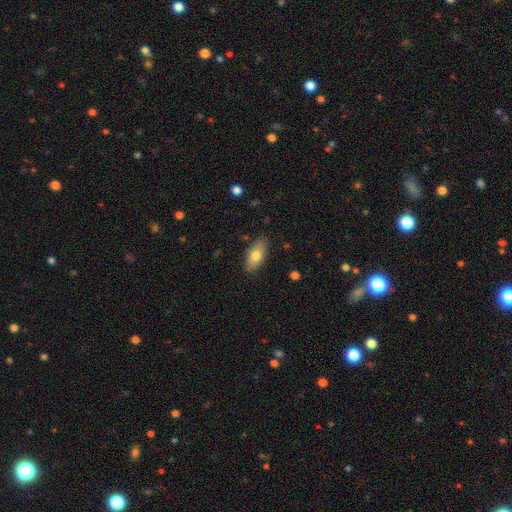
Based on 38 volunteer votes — A smooth galaxy with no disk features (79%) that is in between round and cigar-shaped (93%). Merging: none (78%).